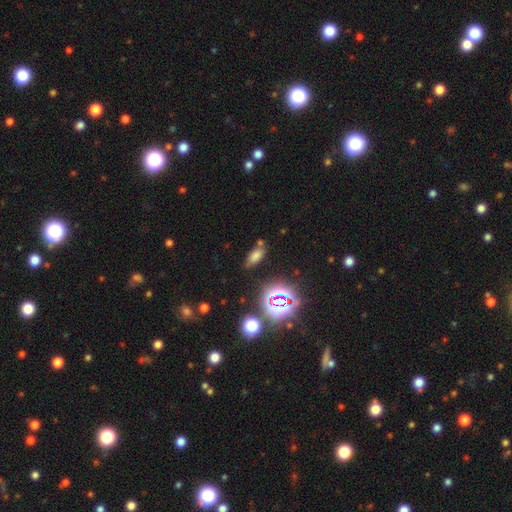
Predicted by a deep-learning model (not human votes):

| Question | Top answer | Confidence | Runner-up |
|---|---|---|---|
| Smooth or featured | smooth | 59% | star or artifact (29%) |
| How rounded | in between | 77% | cigar-shaped (15%) |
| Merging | none | 71% | minor disturbance (16%) |